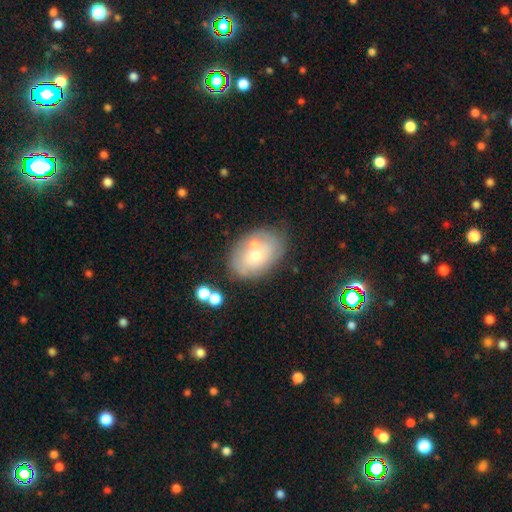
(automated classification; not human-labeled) Smooth or featured?
  - smooth: 53% *
  - featured or disk: 37%
  - star or artifact: 10%
How rounded?
  - in between: 85% *
  - round: 14%
  - cigar-shaped: 1%
Merging?
  - none: 63% *
  - minor disturbance: 18%
  - merger: 13%
  - major disturbance: 6%